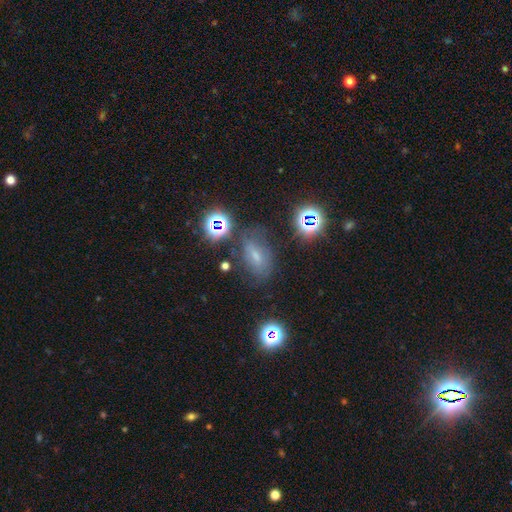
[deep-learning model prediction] smooth_or_featured: smooth (p=0.42) [alt: star or artifact p=0.30]
merging: none (p=0.59) [alt: minor disturbance p=0.22]